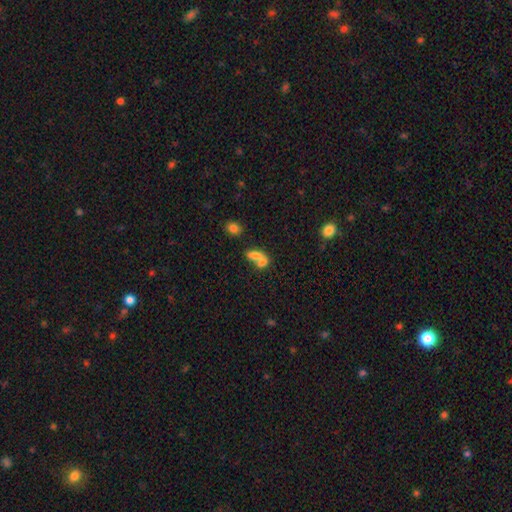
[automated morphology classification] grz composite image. It shows a smooth galaxy with no disk features (74%) that is in between round and cigar-shaped (78%). Merging: merger (65%).